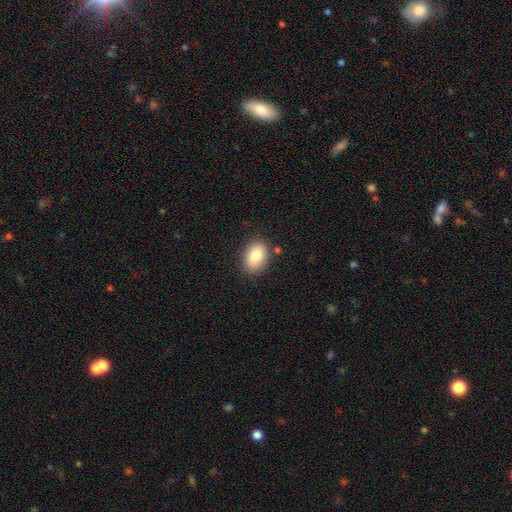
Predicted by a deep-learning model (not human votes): Smooth or featured? smooth (84%)
How rounded? in between (85%)
Merging? none (82%)